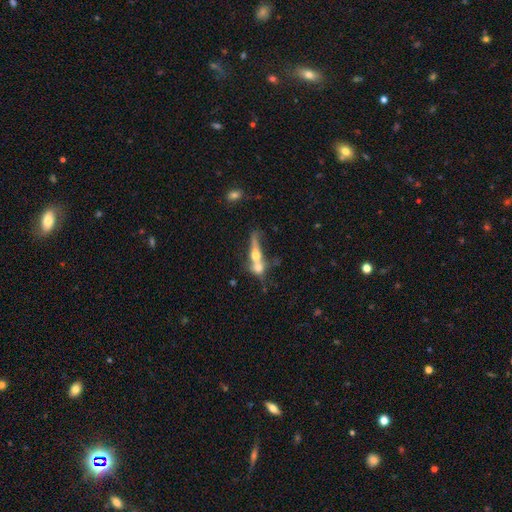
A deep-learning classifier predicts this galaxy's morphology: This appears to be a featured or disk galaxy (48%). Merging: merger (63%).